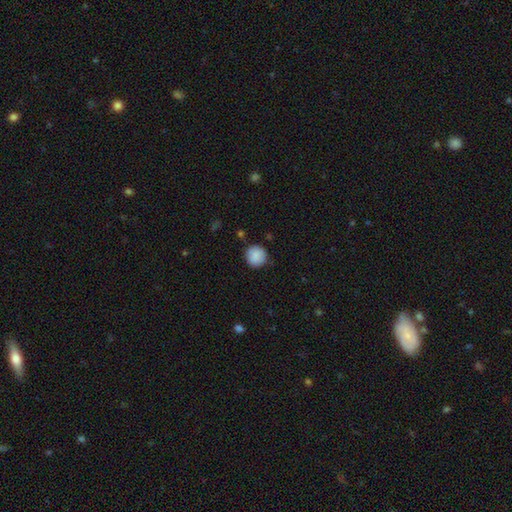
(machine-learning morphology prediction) A smooth galaxy with no disk features (88%) that is round (93%). Merging: none (83%).